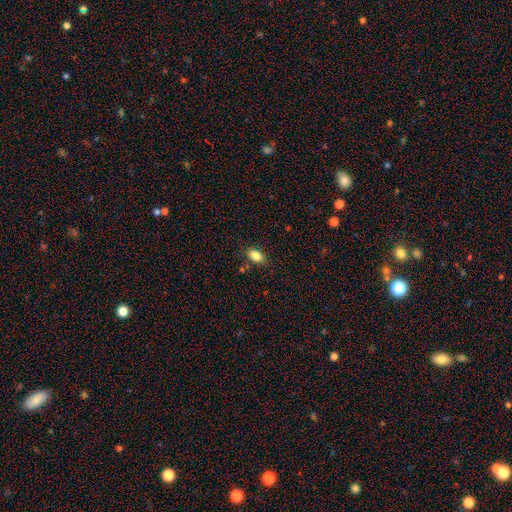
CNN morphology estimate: Q: Smooth or featured?
A: smooth (84%); runner-up: star or artifact (9%)
Q: How rounded?
A: in between (89%); runner-up: round (8%)
Q: Merging?
A: none (81%); runner-up: minor disturbance (13%)